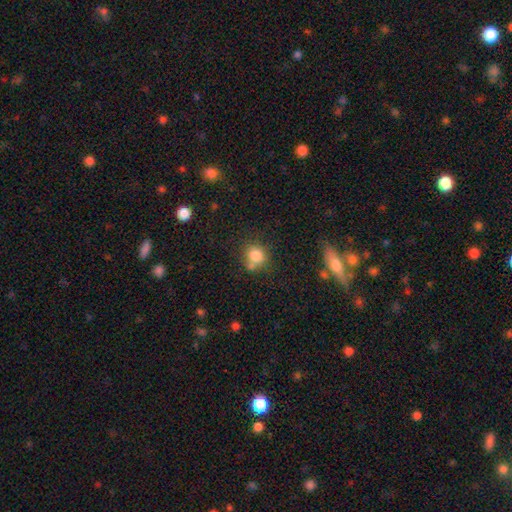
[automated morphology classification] Overall: smooth (81%). How rounded: round (77%). Merging: none (56%; merger 22%).